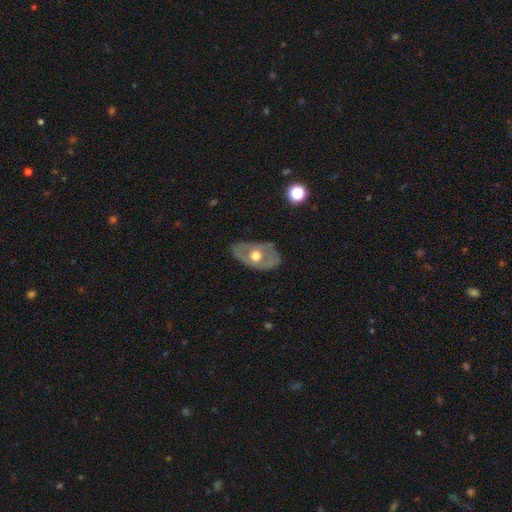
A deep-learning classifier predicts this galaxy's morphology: featured or disk 59%, smooth 36%, star or artifact 6%. Down the decision tree: edge-on disk — no (88%); bar — no (89%); spiral arms — no (82%); bulge size — moderate (67%); merging — none (73%).